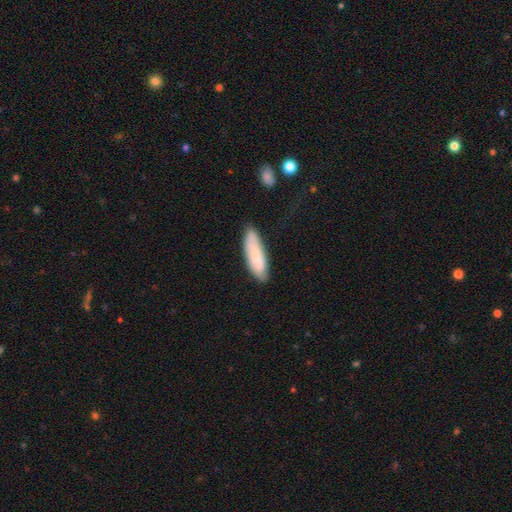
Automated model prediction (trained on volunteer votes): smooth-or-featured: smooth: 76% | featured or disk: 18% | star or artifact: 6%
  how-rounded: cigar-shaped: 53% | in between: 45% | round: 2%
  merging: none: 76% | minor disturbance: 18% | major disturbance: 4% | merger: 2%